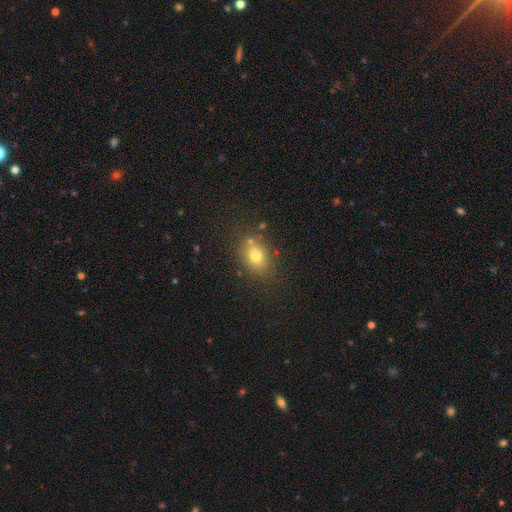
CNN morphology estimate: smooth_or_featured: smooth (p=0.76) [alt: star or artifact p=0.13]
how_rounded: in between (p=0.59) [alt: round p=0.40]
merging: none (p=0.75) [alt: minor disturbance p=0.13]